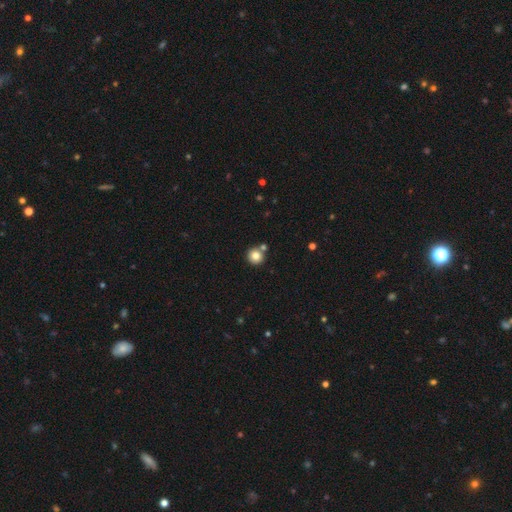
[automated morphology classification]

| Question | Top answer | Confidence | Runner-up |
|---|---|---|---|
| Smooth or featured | smooth | 81% | star or artifact (11%) |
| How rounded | round | 93% | in between (6%) |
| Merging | none | 76% | merger (15%) |